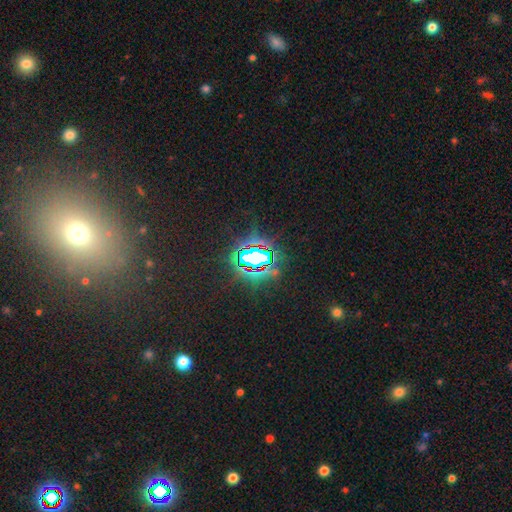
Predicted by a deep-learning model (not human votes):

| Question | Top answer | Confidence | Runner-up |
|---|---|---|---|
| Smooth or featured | star or artifact | 78% | smooth (12%) |